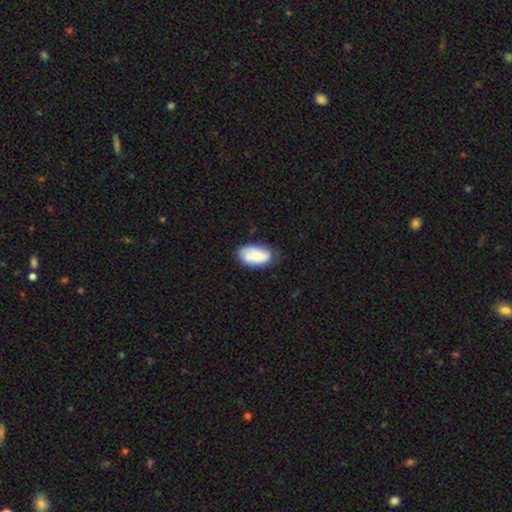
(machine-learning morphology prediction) Smooth or featured? smooth (70%)
How rounded? in between (93%)
Merging? none (71%)